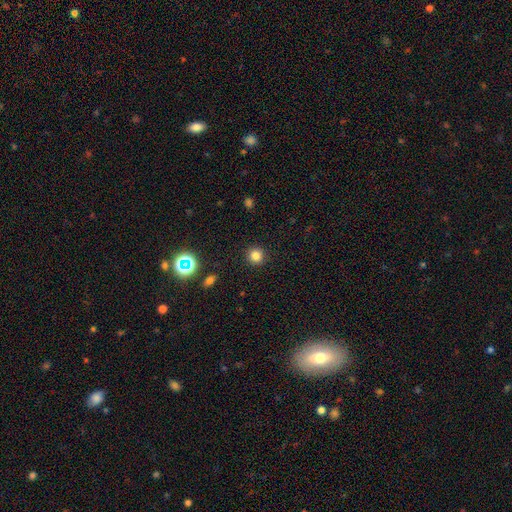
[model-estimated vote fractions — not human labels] Morphology: type=smooth (81%); roundness=round (94%); merging=none (92%).